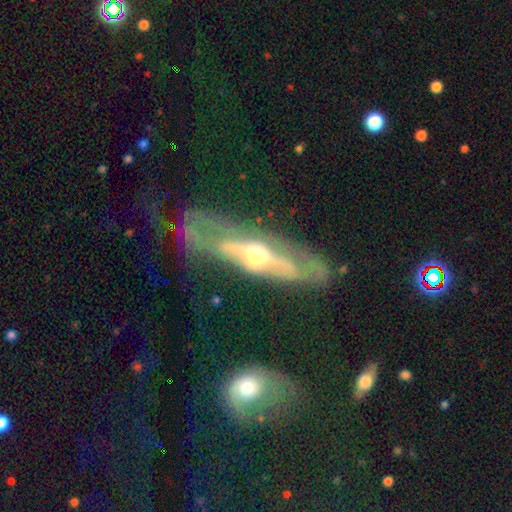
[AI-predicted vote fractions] Q: Smooth or featured?
A: featured or disk (76%); runner-up: smooth (18%)
Q: Edge-on disk?
A: no (53%); runner-up: yes (47%)
Q: Merging?
A: none (61%); runner-up: minor disturbance (19%)